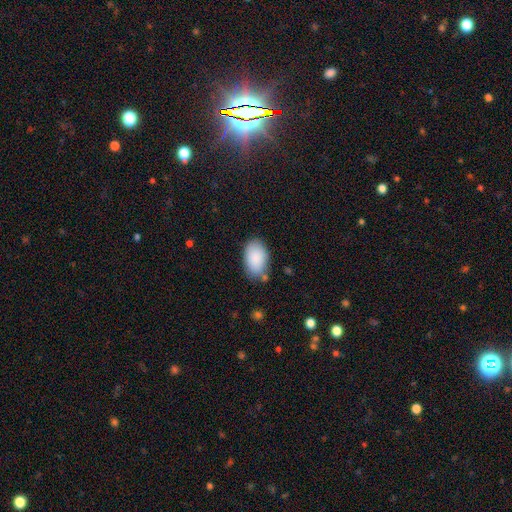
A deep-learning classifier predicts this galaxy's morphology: A smooth galaxy with no disk features (88%) that is in between round and cigar-shaped (93%). Merging: none (76%).